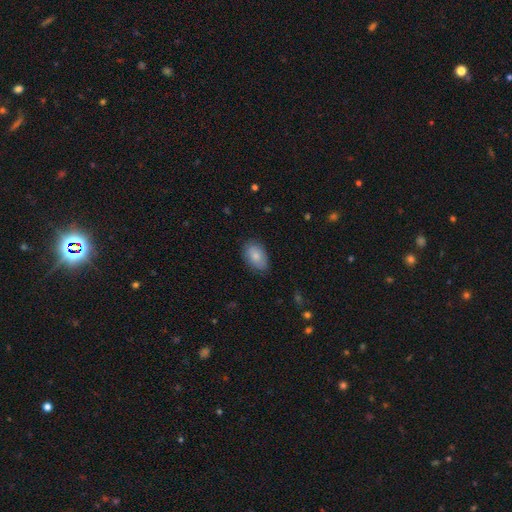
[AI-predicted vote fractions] The model was most divided on "merging": none: 80%, minor disturbance: 16%, major disturbance: 3%, merger: 1%. More confident: how rounded — in between (91%); smooth or featured — smooth (83%).